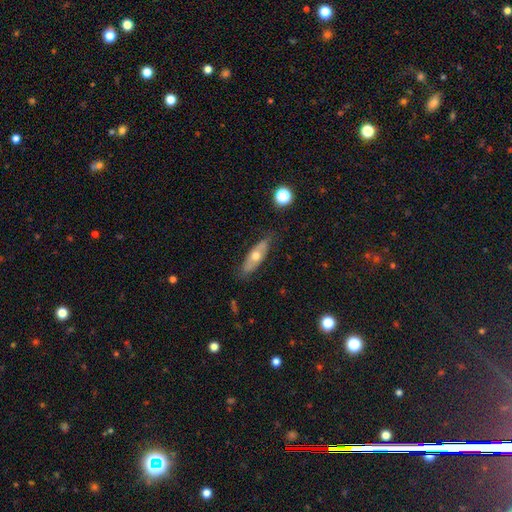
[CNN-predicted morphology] Smooth or featured?
  - smooth: 48% *
  - featured or disk: 45%
  - star or artifact: 7%
Merging?
  - none: 78% *
  - minor disturbance: 17%
  - major disturbance: 3%
  - merger: 2%